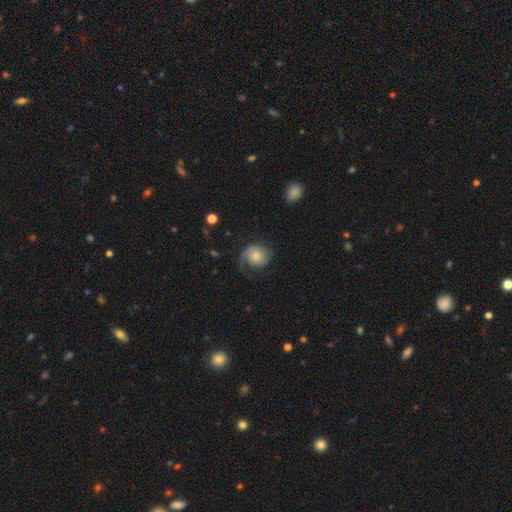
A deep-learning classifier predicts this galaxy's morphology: smooth_or_featured: featured or disk (p=0.61) [alt: smooth p=0.32]
disk_edge_on: no (p=0.97) [alt: yes p=0.03]
bar: no (p=0.74) [alt: weak p=0.22]
has_spiral_arms: yes (p=0.91) [alt: no p=0.09]
spiral_winding: medium (p=0.37) [alt: loose p=0.34]
spiral_arm_count: 2 (p=0.50) [alt: 1 p=0.40]
bulge_size: moderate (p=0.44) [alt: small p=0.41]
merging: none (p=0.56) [alt: minor disturbance p=0.24]